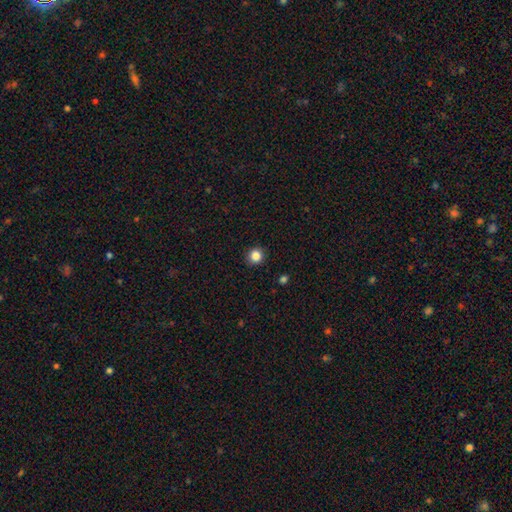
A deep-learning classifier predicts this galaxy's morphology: A smooth galaxy with no disk features (85%) that is round (92%).

Vote fractions:
- Smooth or featured? smooth: 85% / star or artifact: 11% / featured or disk: 4%
- How rounded? round: 92% / in between: 7% / cigar-shaped: 1%
- Merging? none: 92% / minor disturbance: 5% / major disturbance: 2% / merger: 1%